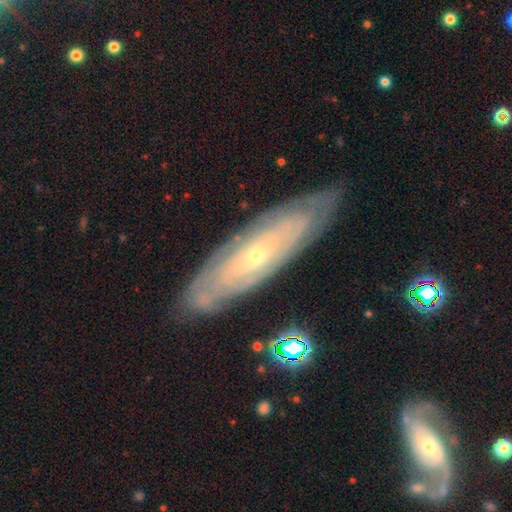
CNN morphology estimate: Smooth or featured?
  - featured or disk: 77% *
  - smooth: 16%
  - star or artifact: 7%
Edge-on disk?
  - no: 76% *
  - yes: 24%
Bar?
  - no: 66% *
  - weak: 25%
  - strong: 9%
Spiral arms?
  - yes: 82% *
  - no: 18%
Bulge size?
  - small: 74% *
  - moderate: 22%
  - large: 1%
  - none: 1%
  - dominant: 1%
Merging?
  - none: 82% *
  - minor disturbance: 14%
  - major disturbance: 3%
  - merger: 2%